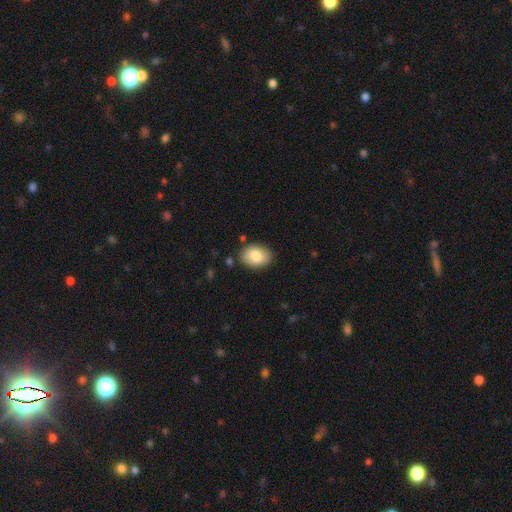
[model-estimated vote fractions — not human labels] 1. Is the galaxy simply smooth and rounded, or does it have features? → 81% smooth, 12% featured or disk, 7% star or artifact.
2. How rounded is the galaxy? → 76% in between, 23% round, 1% cigar-shaped.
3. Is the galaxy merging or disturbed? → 83% none, 12% minor disturbance, 3% major disturbance, 2% merger.